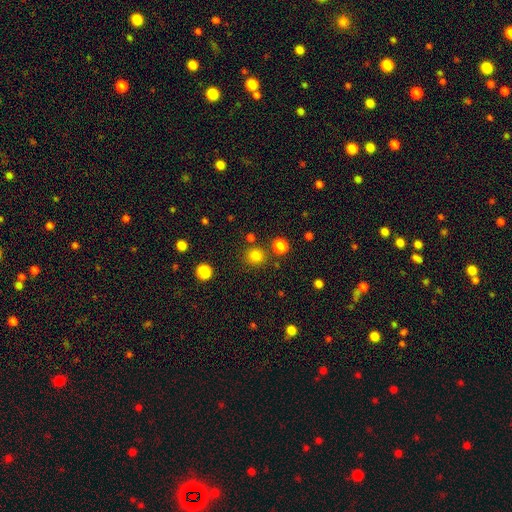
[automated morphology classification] Smooth or featured: smooth — 81% (star or artifact — 15%)
How rounded: round — 91% (in between — 8%)
Merging: none — 84% (minor disturbance — 7%)